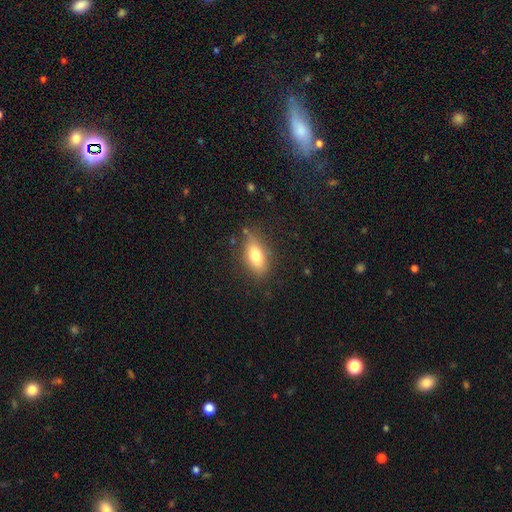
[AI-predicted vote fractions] Morphology: type=smooth (75%); roundness=in between (83%); merging=none (77%).